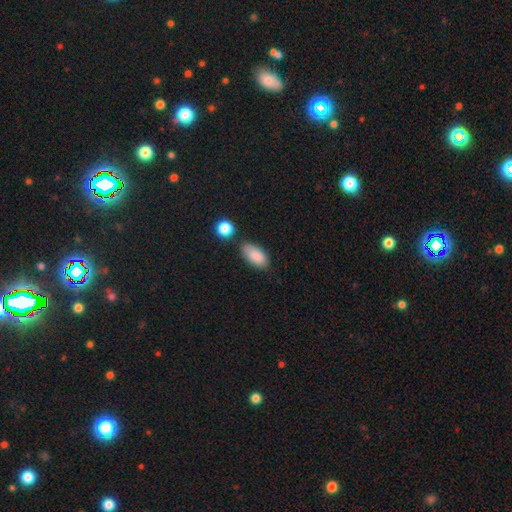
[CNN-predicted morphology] The model was most divided on "merging": none: 68%, minor disturbance: 19%, merger: 8%, major disturbance: 4%. More confident: how rounded — in between (92%); smooth or featured — smooth (87%).